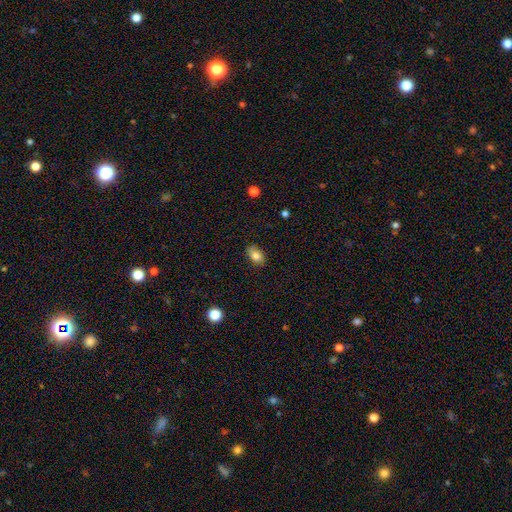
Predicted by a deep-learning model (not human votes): Morphology: type=smooth (83%); roundness=in between (86%); merging=none (84%).